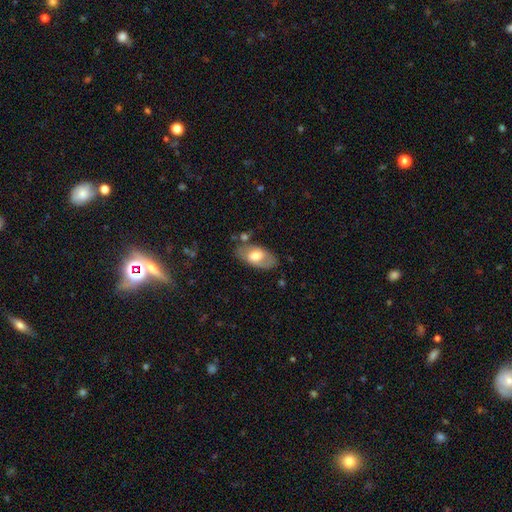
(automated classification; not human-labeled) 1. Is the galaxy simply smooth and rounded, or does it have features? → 58% smooth, 36% featured or disk, 6% star or artifact.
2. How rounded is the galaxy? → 93% in between, 4% round, 3% cigar-shaped.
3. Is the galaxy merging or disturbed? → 72% none, 18% minor disturbance, 5% major disturbance, 5% merger.